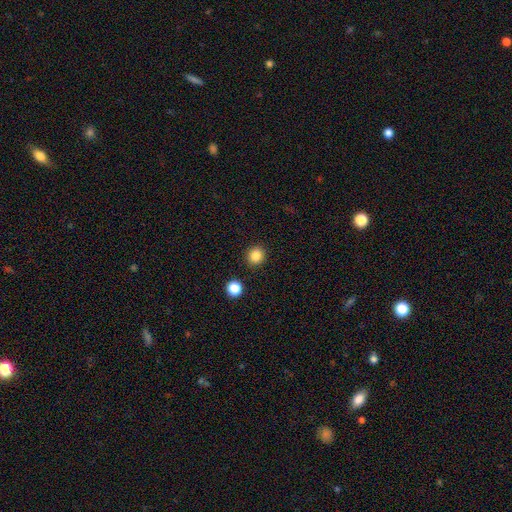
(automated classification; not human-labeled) The model was most divided on "smooth or featured": smooth: 85%, star or artifact: 11%, featured or disk: 4%. More confident: merging — none (91%); how rounded — round (89%).